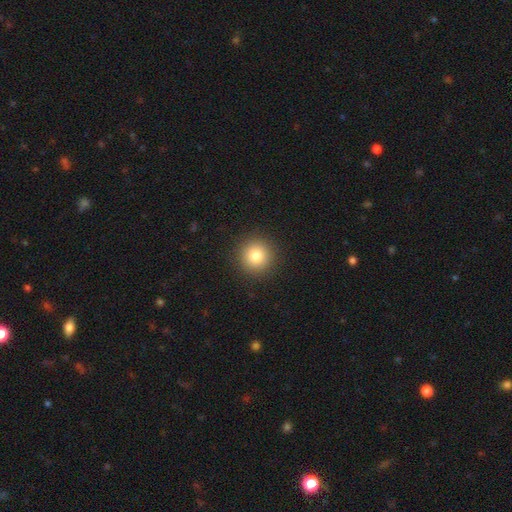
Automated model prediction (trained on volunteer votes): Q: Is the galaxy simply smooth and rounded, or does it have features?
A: smooth — 81%.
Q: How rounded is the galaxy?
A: round — 95%.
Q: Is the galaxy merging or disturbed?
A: none — 92%.